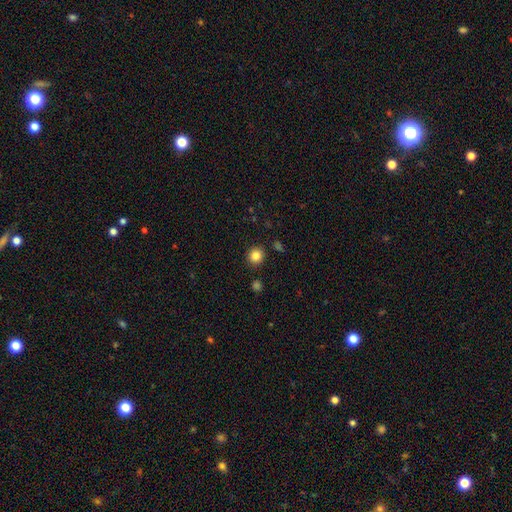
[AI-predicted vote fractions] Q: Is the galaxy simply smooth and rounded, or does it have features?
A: smooth — 85%.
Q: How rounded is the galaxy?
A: round — 85%.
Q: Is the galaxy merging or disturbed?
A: none — 88%.